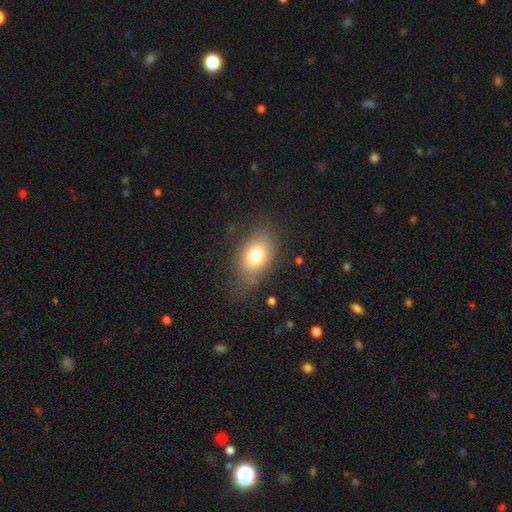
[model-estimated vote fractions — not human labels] Smooth or featured? Predicted: smooth (p=0.74). How rounded? Predicted: in between (p=0.81). Merging? Predicted: none (p=0.70).